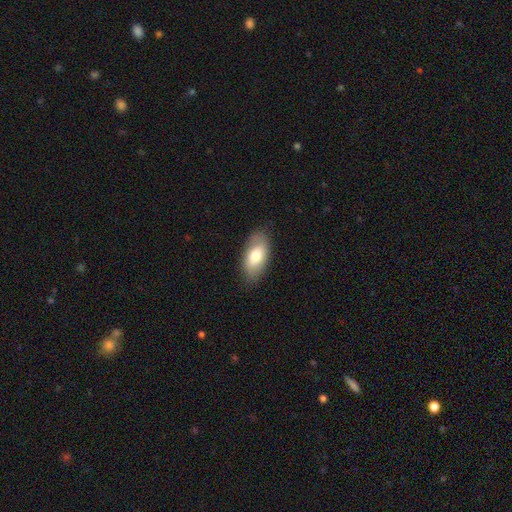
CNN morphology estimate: smooth_or_featured: smooth (p=0.73) [alt: featured or disk p=0.21]
how_rounded: in between (p=0.91) [alt: cigar-shaped p=0.05]
merging: none (p=0.82) [alt: minor disturbance p=0.14]